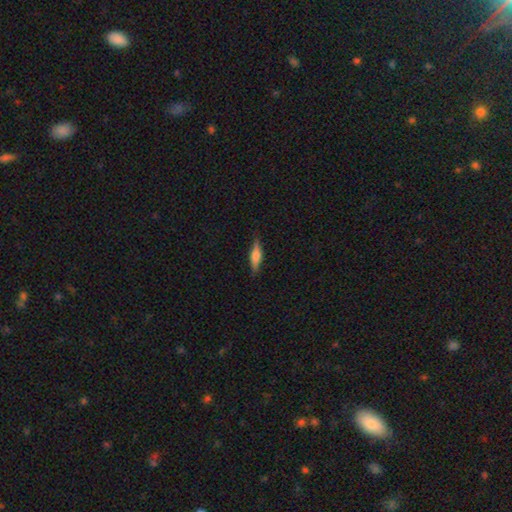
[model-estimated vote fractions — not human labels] This appears to be a smooth galaxy with no disk features (52%) that is cigar-shaped (70%). Merging: none (86%).